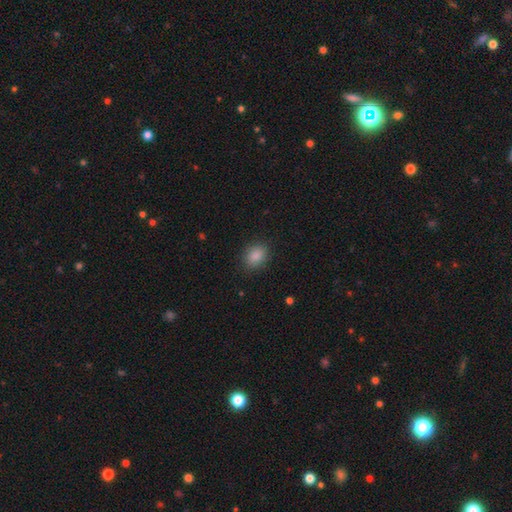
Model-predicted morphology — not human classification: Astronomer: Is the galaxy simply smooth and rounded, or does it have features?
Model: smooth — 87%.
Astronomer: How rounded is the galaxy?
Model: in between — 59% (runner-up: round, 39%).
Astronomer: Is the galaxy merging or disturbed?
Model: none — 86%.